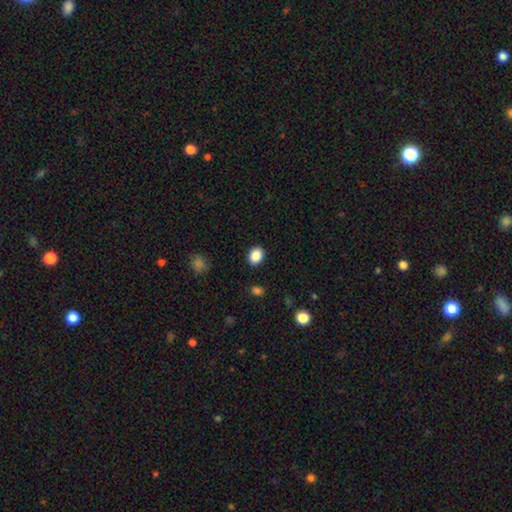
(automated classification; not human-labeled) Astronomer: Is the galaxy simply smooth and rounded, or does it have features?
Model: smooth — 88%.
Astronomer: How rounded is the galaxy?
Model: in between — 59% (runner-up: round, 40%).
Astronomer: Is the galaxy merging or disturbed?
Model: none — 89%.